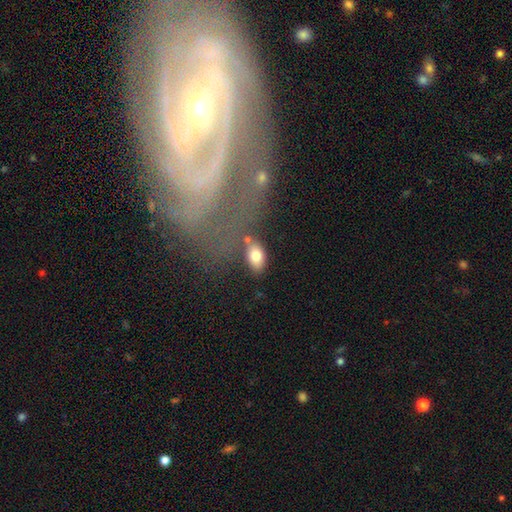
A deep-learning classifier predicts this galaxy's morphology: A smooth galaxy with no disk features (78%) that is in between round and cigar-shaped (89%). Merging: none (71%).